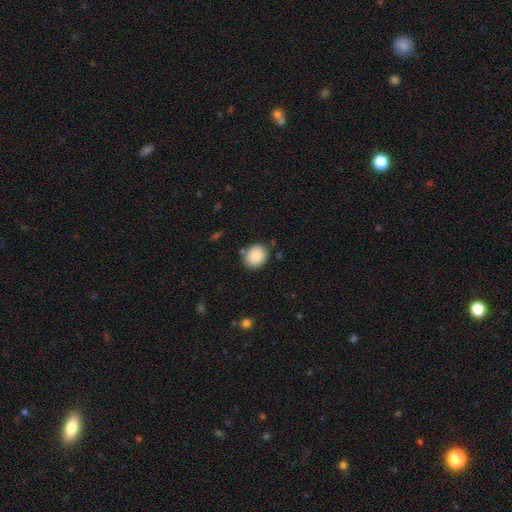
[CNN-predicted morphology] Smooth or featured? Predicted: smooth (p=0.88). How rounded? Predicted: round (p=0.58). Merging? Predicted: none (p=0.82).